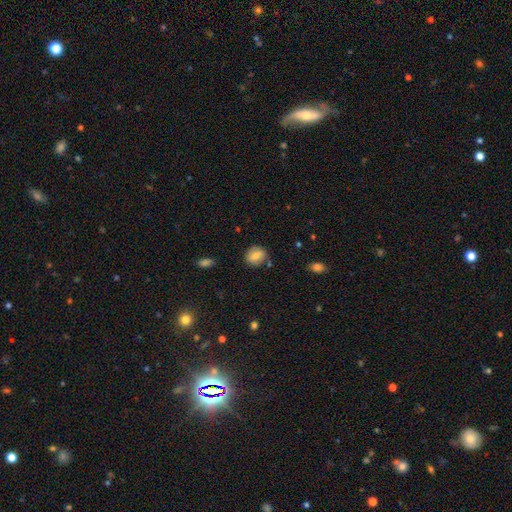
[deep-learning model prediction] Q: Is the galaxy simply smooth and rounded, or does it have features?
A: smooth — 73%.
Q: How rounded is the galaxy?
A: round — 63%.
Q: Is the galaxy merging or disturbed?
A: none — 77%.